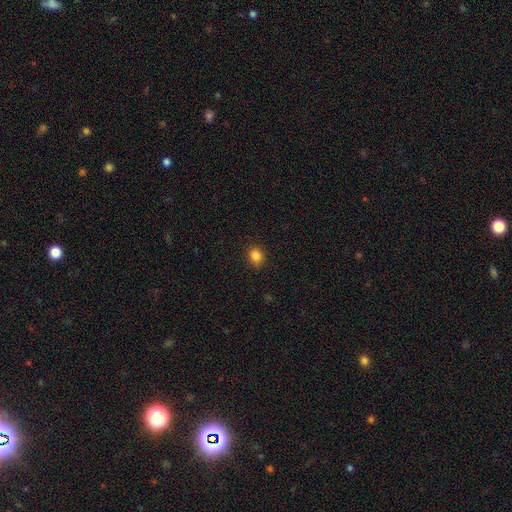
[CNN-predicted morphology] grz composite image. It shows a smooth galaxy with no disk features (85%) that is round (64%). Merging: none (88%).